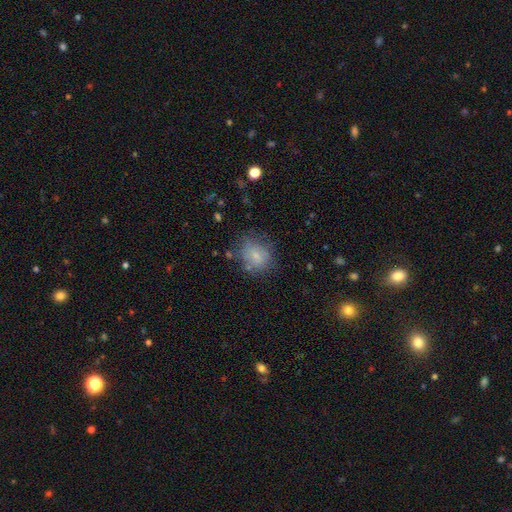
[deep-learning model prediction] Smooth or featured? smooth (69%)
How rounded? round (66%)
Merging? none (63%)